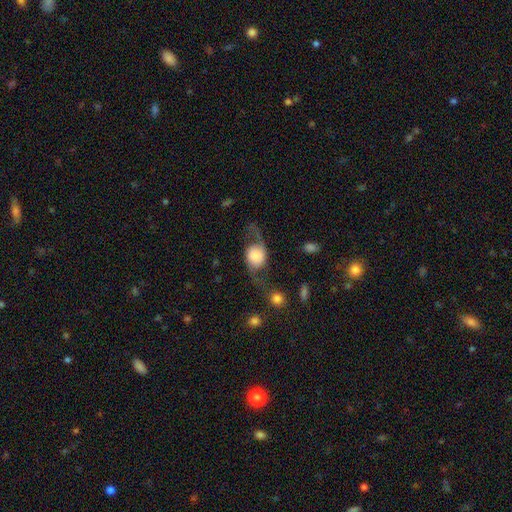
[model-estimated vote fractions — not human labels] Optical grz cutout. It shows a featured or disk galaxy (56%) with no bar (69%), spiral arms (84%) and a large central bulge (37%). Merging: none (45%).